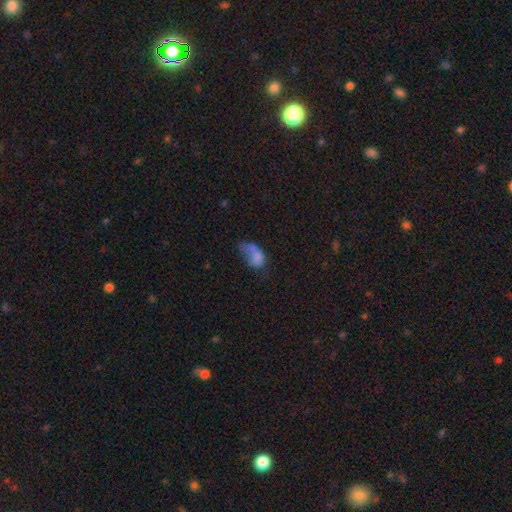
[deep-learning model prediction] smooth 67%, featured or disk 22%, star or artifact 11%. Down the decision tree: how rounded — in between (83%); merging — merger (39%).